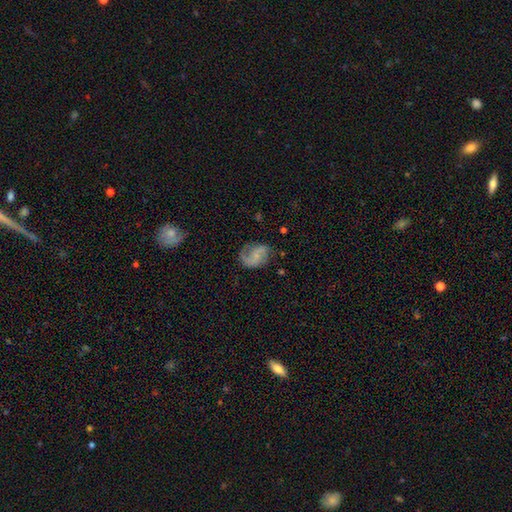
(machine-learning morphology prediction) Smooth or featured?
  - featured or disk: 63% *
  - smooth: 28%
  - star or artifact: 8%
Edge-on disk?
  - no: 97% *
  - yes: 3%
Bar?
  - no: 60% *
  - weak: 33%
  - strong: 7%
Spiral arms?
  - yes: 88% *
  - no: 12%
Spiral winding?
  - medium: 43% *
  - loose: 39%
  - tight: 18%
Spiral arm count?
  - 2: 73% *
  - 1: 11%
  - can't tell: 11%
  - 3: 3%
  - 4: 1%
  - more than 4: 1%
Bulge size?
  - small: 62% *
  - none: 19%
  - moderate: 17%
  - large: 1%
  - dominant: 1%
Merging?
  - none: 59% *
  - minor disturbance: 25%
  - major disturbance: 15%
  - merger: 2%